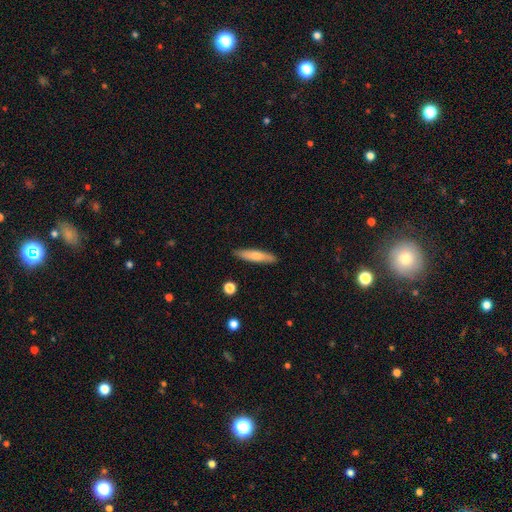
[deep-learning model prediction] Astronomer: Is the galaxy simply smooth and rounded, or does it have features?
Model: smooth — 69%.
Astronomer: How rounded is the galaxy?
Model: cigar-shaped — 81%.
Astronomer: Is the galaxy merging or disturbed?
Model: none — 88%.